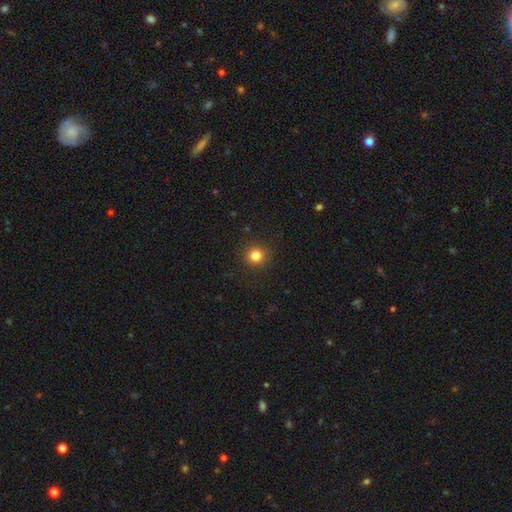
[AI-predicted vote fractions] Smooth or featured?
  - smooth: 82% *
  - star or artifact: 12%
  - featured or disk: 5%
How rounded?
  - round: 93% *
  - in between: 6%
  - cigar-shaped: 1%
Merging?
  - none: 92% *
  - minor disturbance: 5%
  - major disturbance: 2%
  - merger: 1%